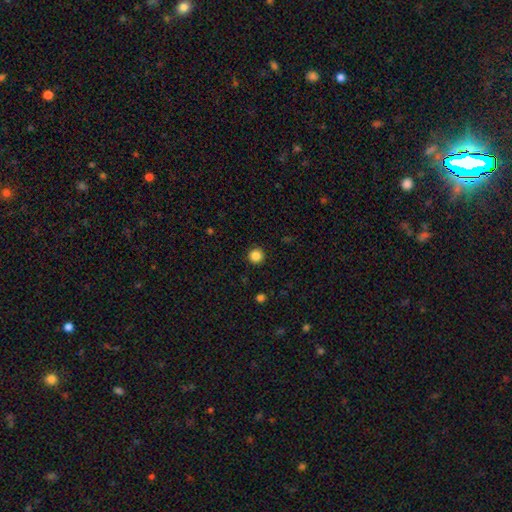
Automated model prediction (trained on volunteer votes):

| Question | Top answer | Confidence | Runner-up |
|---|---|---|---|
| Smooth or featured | smooth | 85% | star or artifact (11%) |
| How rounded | round | 96% | in between (3%) |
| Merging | none | 93% | minor disturbance (5%) |